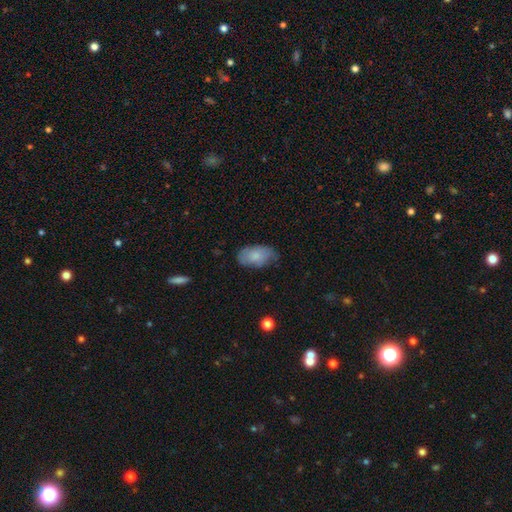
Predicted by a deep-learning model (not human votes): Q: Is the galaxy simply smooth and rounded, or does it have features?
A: smooth — 79%.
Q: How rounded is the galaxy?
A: in between — 94%.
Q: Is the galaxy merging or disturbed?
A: none — 68%.